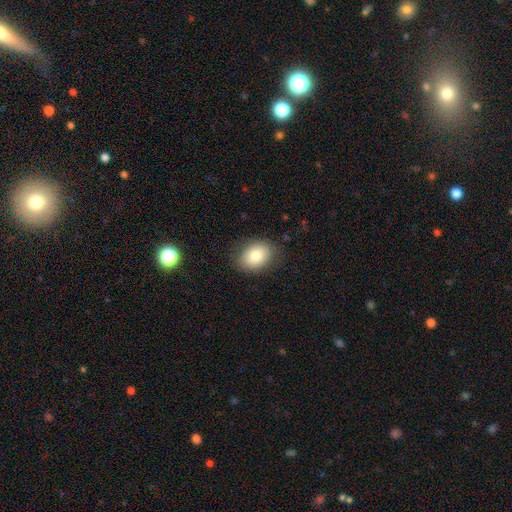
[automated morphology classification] Smooth or featured? smooth (80%)
How rounded? in between (65%)
Merging? none (82%)